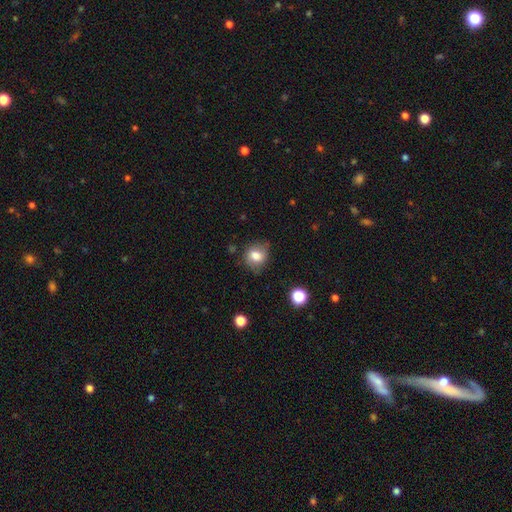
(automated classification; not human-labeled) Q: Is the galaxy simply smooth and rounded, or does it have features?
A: smooth — 77%.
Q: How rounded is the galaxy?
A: round — 65%.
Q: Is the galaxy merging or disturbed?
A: none — 69%.